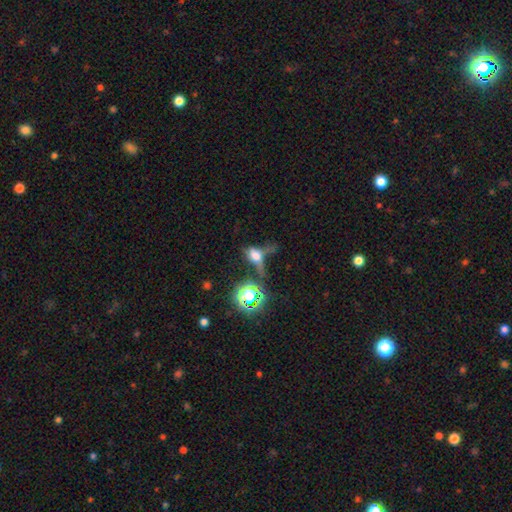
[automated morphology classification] Smooth or featured?
  - smooth: 44% *
  - featured or disk: 29%
  - star or artifact: 28%
Merging?
  - major disturbance: 38% *
  - none: 27%
  - merger: 18%
  - minor disturbance: 17%